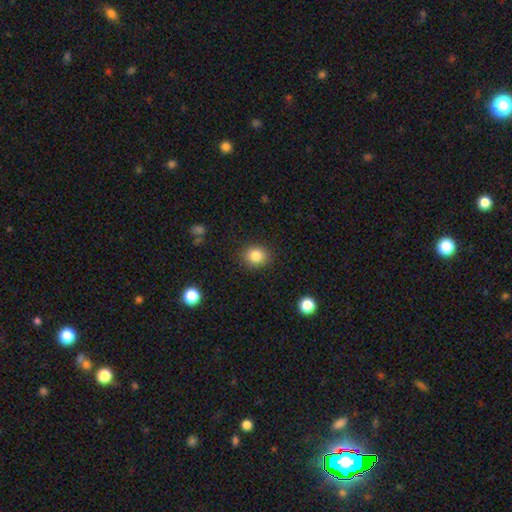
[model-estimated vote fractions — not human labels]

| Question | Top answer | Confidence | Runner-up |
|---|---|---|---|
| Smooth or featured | smooth | 84% | star or artifact (10%) |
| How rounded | round | 73% | in between (26%) |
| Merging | none | 88% | minor disturbance (9%) |